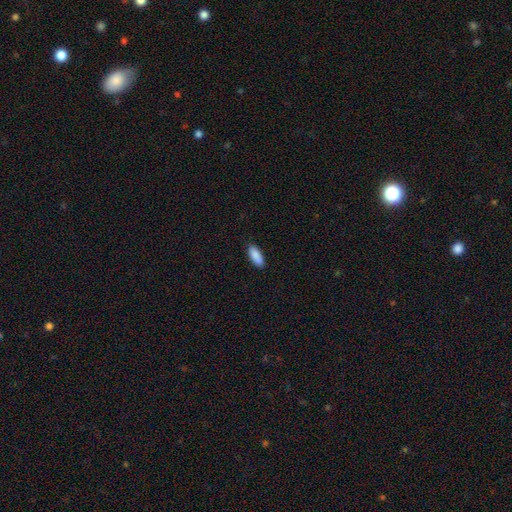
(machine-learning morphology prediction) Smooth or featured?
  - smooth: 90% *
  - star or artifact: 6%
  - featured or disk: 5%
How rounded?
  - in between: 79% *
  - cigar-shaped: 20%
  - round: 2%
Merging?
  - none: 88% *
  - minor disturbance: 10%
  - major disturbance: 2%
  - merger: 1%